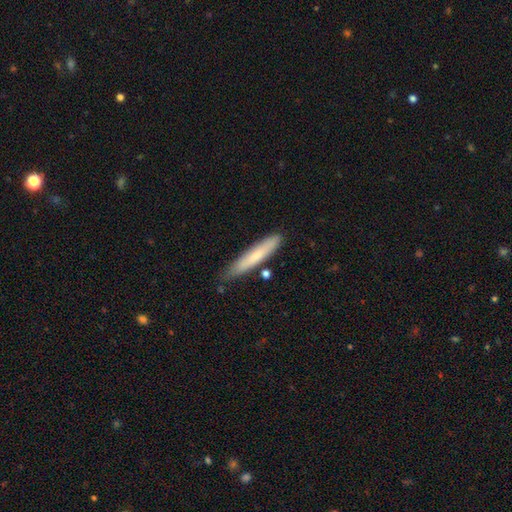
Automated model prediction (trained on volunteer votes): This appears to be a smooth galaxy with no disk features (70%) that is cigar-shaped (91%). Merging: none (79%).